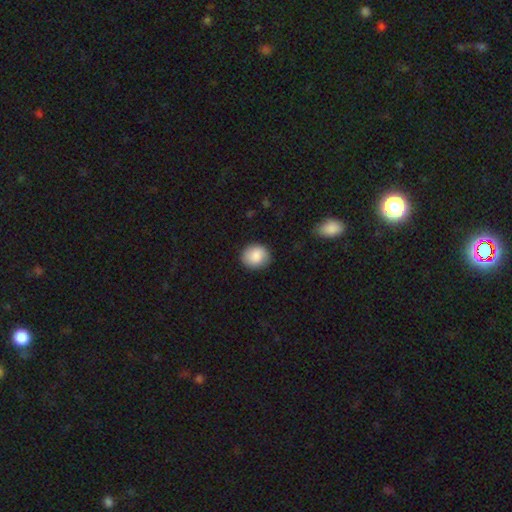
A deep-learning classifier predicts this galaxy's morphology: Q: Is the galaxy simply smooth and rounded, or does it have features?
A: smooth — 87%.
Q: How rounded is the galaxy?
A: round — 75%.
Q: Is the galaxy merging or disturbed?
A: none — 86%.